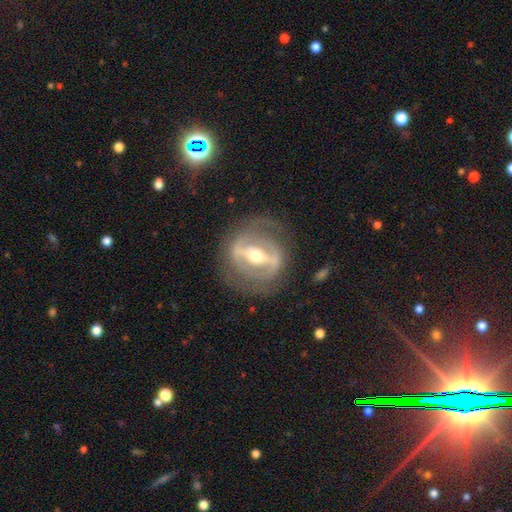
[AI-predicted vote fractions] Smooth or featured? Predicted: featured or disk (p=0.82). Edge-on disk? Predicted: no (p=0.89). Bar? Predicted: strong (p=0.72). Spiral arms? Predicted: no (p=0.50, tied with yes). Bulge size? Predicted: moderate (p=0.72). Merging? Predicted: none (p=0.75).